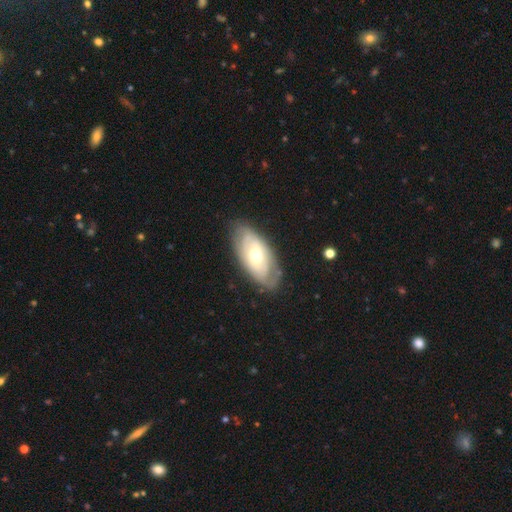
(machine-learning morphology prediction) Smooth or featured? Predicted: featured or disk (p=0.58). Edge-on disk? Predicted: no (p=0.88). Bar? Predicted: no (p=0.58). Spiral arms? Predicted: yes (p=0.56). Bulge size? Predicted: moderate (p=0.67). Merging? Predicted: none (p=0.73).